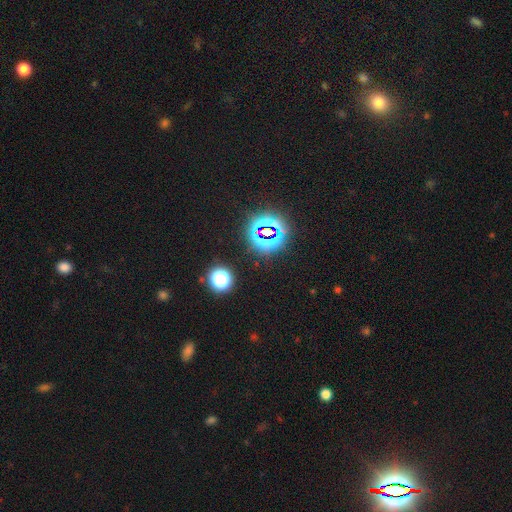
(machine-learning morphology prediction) A star or artifact, not a galaxy (79%).